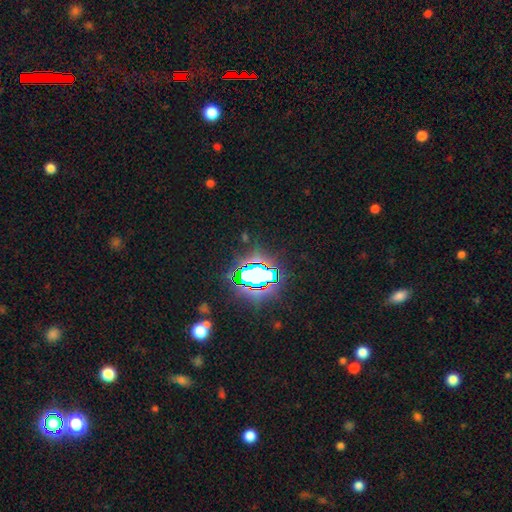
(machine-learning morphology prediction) A star or artifact, not a galaxy (84%).